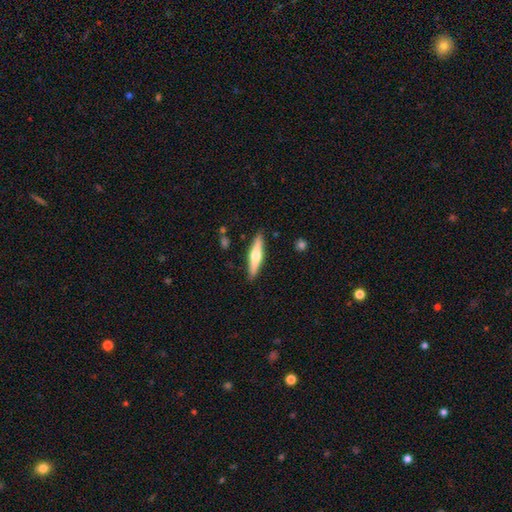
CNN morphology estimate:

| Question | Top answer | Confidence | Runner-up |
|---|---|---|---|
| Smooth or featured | featured or disk | 51% | smooth (44%) |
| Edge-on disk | yes | 95% | no (5%) |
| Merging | none | 89% | minor disturbance (8%) |